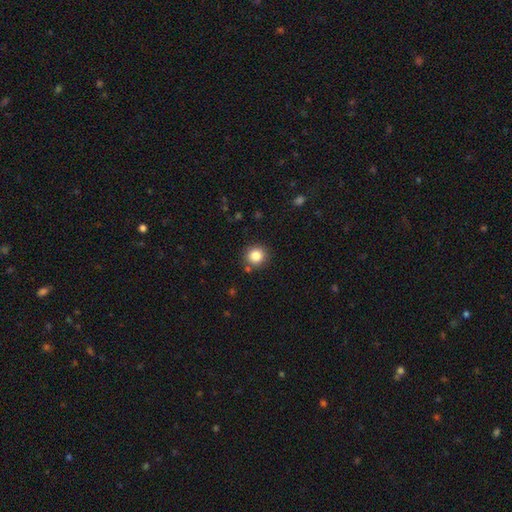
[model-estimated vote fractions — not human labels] smooth 84%, star or artifact 11%, featured or disk 5%. Down the decision tree: how rounded — round (92%); merging — none (86%).